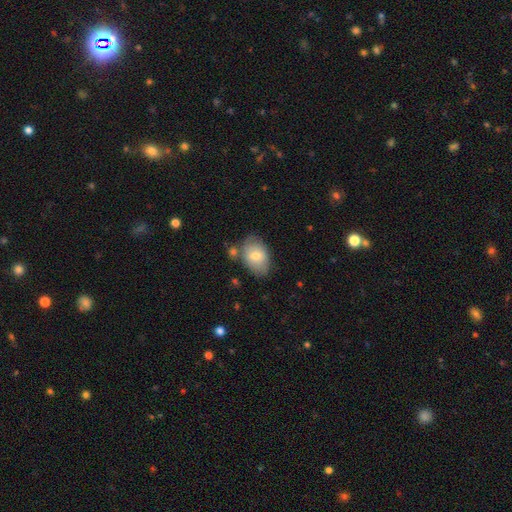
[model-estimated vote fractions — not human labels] This appears to be a smooth galaxy with no disk features (73%) that is in between round and cigar-shaped (85%). Merging: none (65%).